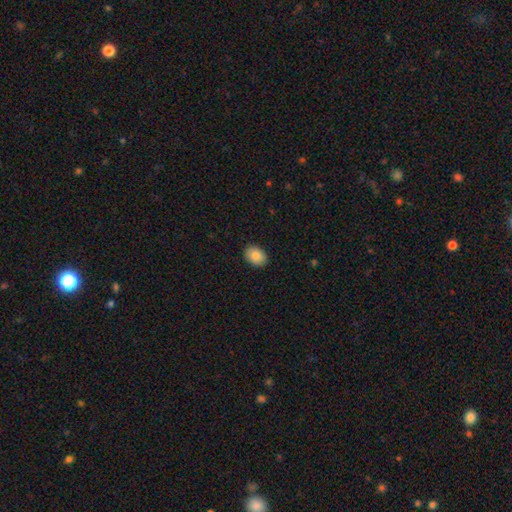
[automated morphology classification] Q: Smooth or featured?
A: smooth (86%); runner-up: star or artifact (7%)
Q: How rounded?
A: in between (74%); runner-up: round (25%)
Q: Merging?
A: none (90%); runner-up: minor disturbance (7%)